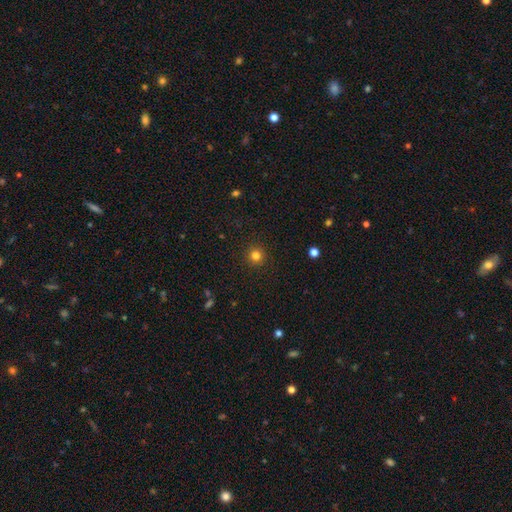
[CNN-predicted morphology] Overall: smooth (81%). How rounded: round (95%). Merging: none (92%).